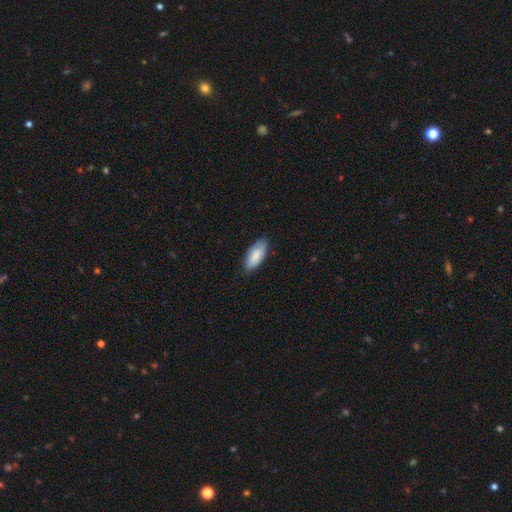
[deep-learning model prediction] Smooth or featured? smooth (82%)
How rounded? in between (90%)
Merging? none (79%)